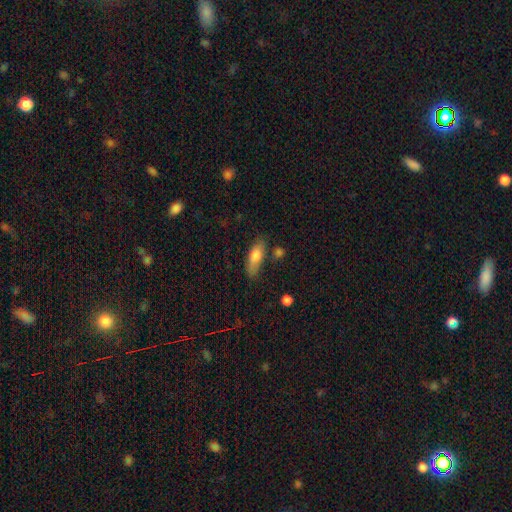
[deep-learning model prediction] This is likely a smooth galaxy (77%). How rounded: likely in between (65%). Merging: likely none (64%).